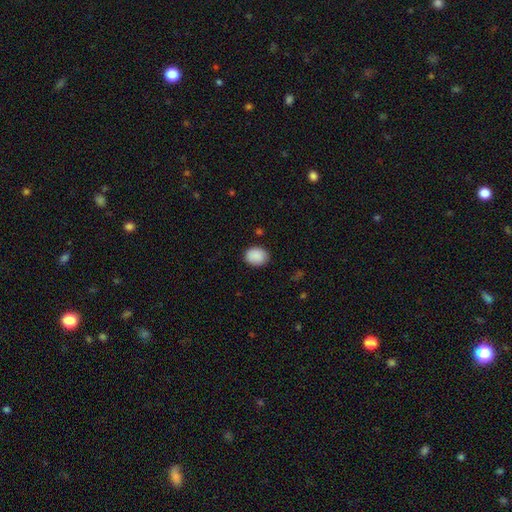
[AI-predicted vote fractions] A smooth galaxy with no disk features (90%) that is in between round and cigar-shaped (56%). Merging: none (86%).